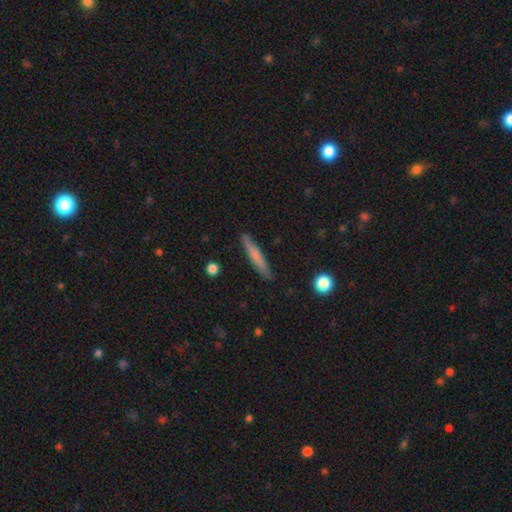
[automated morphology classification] The model was most divided on "smooth or featured": smooth: 66%, featured or disk: 28%, star or artifact: 6%. More confident: how rounded — cigar-shaped (94%); merging — none (88%).